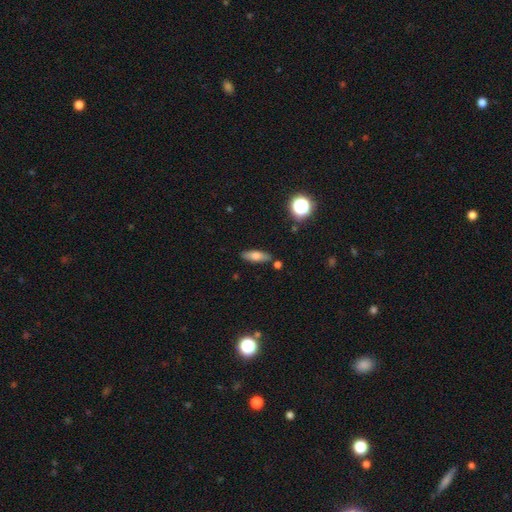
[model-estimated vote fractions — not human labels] Smooth or featured? Predicted: smooth (p=0.69). How rounded? Predicted: in between (p=0.60). Merging? Predicted: none (p=0.80).